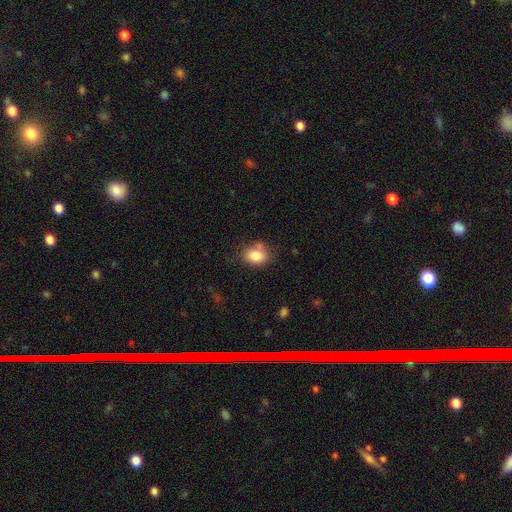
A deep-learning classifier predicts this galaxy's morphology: A smooth galaxy with no disk features (82%) that is in between round and cigar-shaped (64%).

Vote fractions:
- Smooth or featured? smooth: 82% / star or artifact: 9% / featured or disk: 9%
- How rounded? in between: 64% / round: 35% / cigar-shaped: 1%
- Merging? none: 60% / minor disturbance: 22% / merger: 11% / major disturbance: 7%